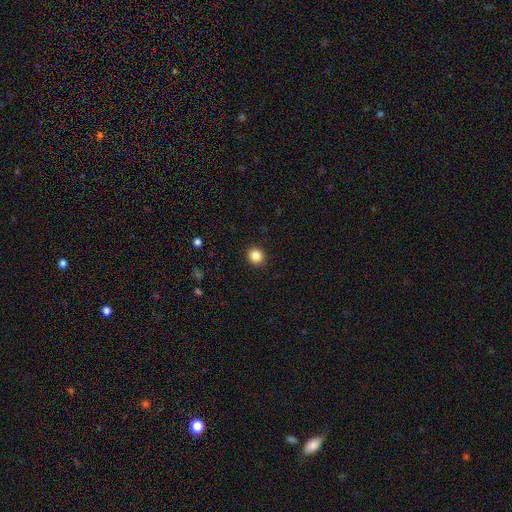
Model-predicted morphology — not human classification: A smooth galaxy with no disk features (86%) that is round (86%). Merging: none (92%).